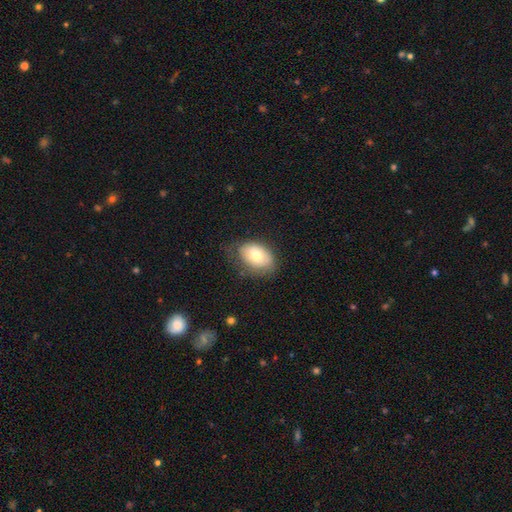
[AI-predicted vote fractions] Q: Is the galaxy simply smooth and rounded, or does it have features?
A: smooth — 72%.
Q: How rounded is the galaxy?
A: in between — 85%.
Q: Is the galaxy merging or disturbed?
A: none — 67%.